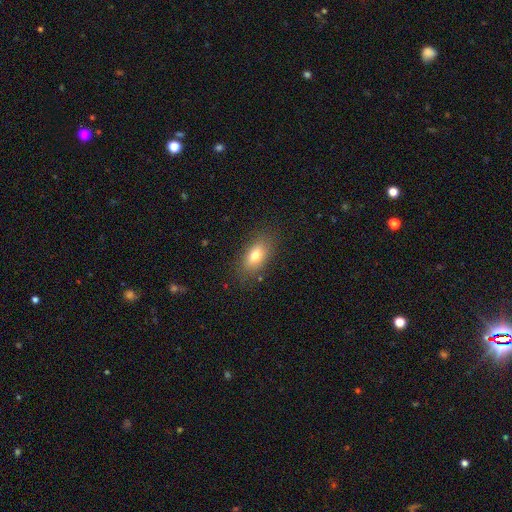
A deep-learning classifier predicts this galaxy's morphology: smooth-or-featured: smooth: 76% | featured or disk: 14% | star or artifact: 10%
  how-rounded: in between: 84% | round: 11% | cigar-shaped: 5%
  merging: none: 83% | minor disturbance: 12% | major disturbance: 4% | merger: 1%